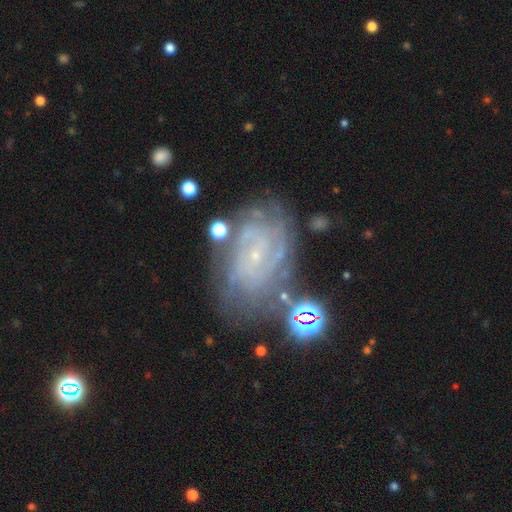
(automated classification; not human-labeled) smooth-or-featured: featured or disk: 82% | star or artifact: 9% | smooth: 9%
  disk-edge-on: no: 97% | yes: 3%
    bar: no: 64% | weak: 28% | strong: 8%
    has-spiral-arms: yes: 93% | no: 7%
      spiral-winding: tight: 72% | medium: 23% | loose: 5%
      spiral-arm-count: can't tell: 40% | 2: 21% | 3: 14% | 4: 12% | more than 4: 8% | 1: 6%
    bulge-size: small: 86% | moderate: 7% | none: 5% | large: 1% | dominant: 1%
  merging: none: 66% | minor disturbance: 20% | major disturbance: 9% | merger: 5%